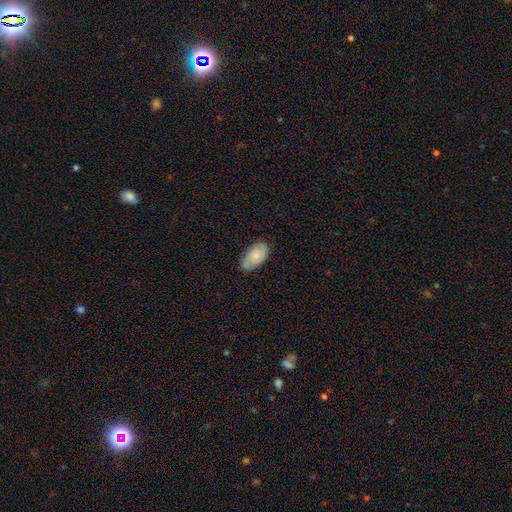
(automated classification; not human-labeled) Morphology: type=smooth (69%); roundness=in between (95%); merging=none (76%).